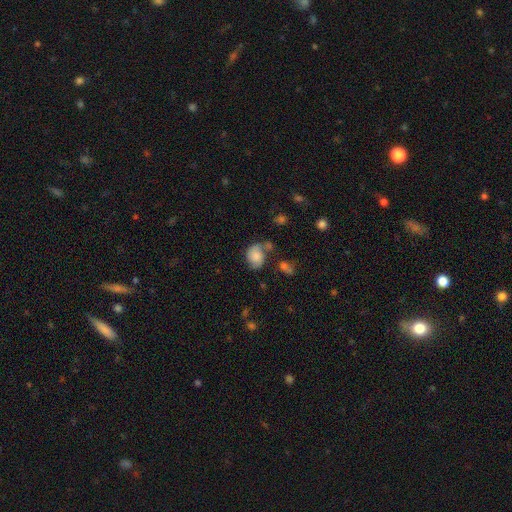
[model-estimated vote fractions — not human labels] The model was most divided on "how rounded" (2-way tie): in between: 49%, round: 49%, cigar-shaped: 1%. Remaining: smooth or featured — smooth (52%); merging — none (45%).